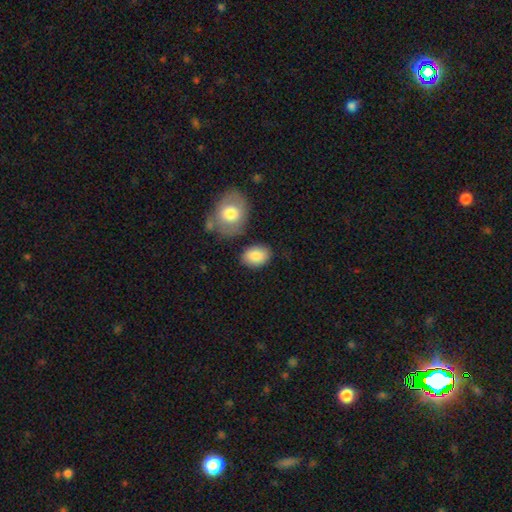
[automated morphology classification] smooth-or-featured: smooth: 86% | featured or disk: 8% | star or artifact: 7%
  how-rounded: in between: 81% | round: 18% | cigar-shaped: 1%
  merging: none: 76% | minor disturbance: 14% | merger: 6% | major disturbance: 4%